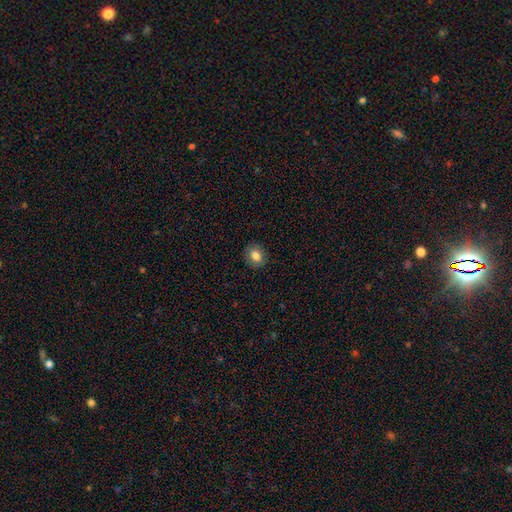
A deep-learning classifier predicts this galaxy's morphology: This appears to be a smooth galaxy with no disk features (82%) that is round (62%). Merging: none (88%).